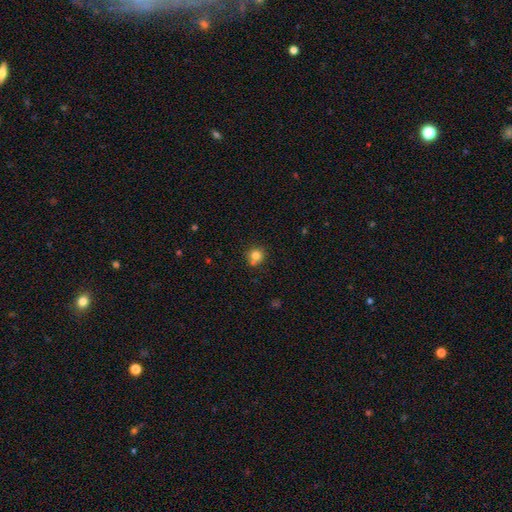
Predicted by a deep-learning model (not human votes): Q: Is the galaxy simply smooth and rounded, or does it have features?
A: smooth — 81%.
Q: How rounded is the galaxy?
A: round — 90%.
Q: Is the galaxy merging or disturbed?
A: none — 66%.